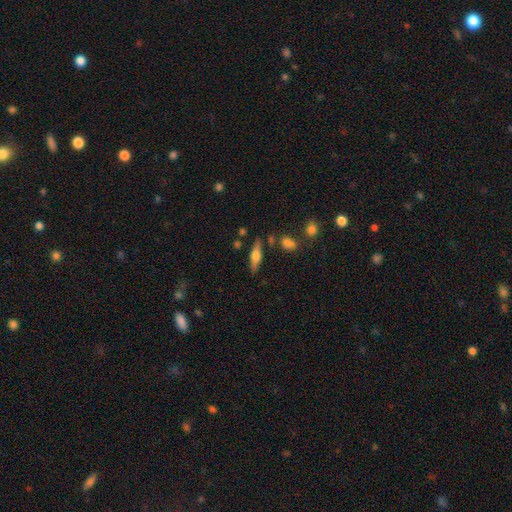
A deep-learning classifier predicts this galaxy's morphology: featured or disk 53%, smooth 39%, star or artifact 7%. Down the decision tree: edge-on disk — yes (93%); merging — none (81%).